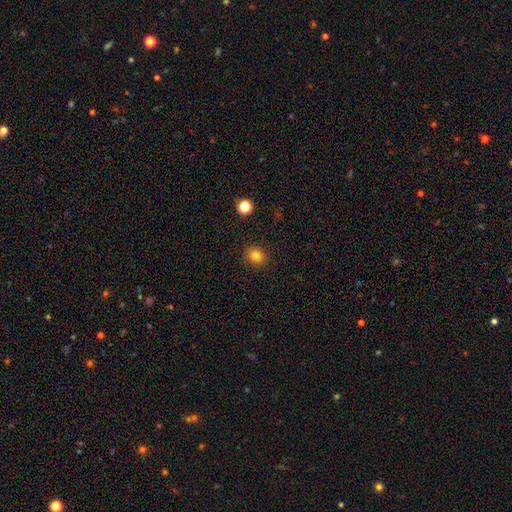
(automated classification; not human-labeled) Smooth or featured: smooth — 81% (star or artifact — 13%)
How rounded: round — 81% (in between — 18%)
Merging: none — 90% (minor disturbance — 7%)